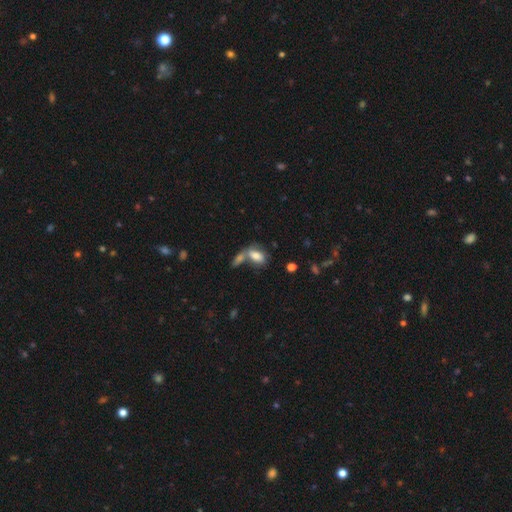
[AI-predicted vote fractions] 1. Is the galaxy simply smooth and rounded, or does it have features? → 76% smooth, 15% featured or disk, 9% star or artifact.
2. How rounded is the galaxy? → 88% in between, 7% round, 5% cigar-shaped.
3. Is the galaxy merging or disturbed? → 47% merger, 35% none, 12% minor disturbance, 6% major disturbance.